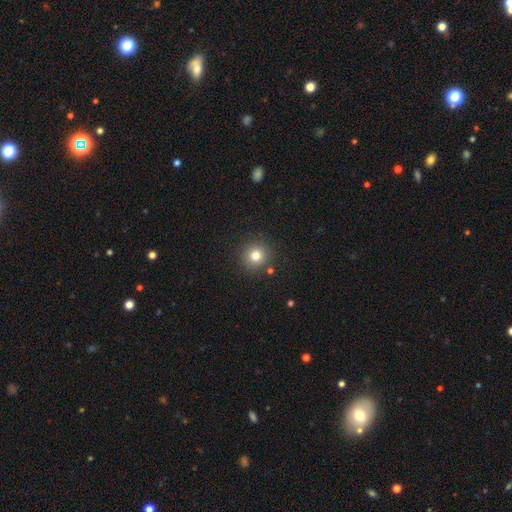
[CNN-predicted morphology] Overall: smooth (80%). How rounded: round (94%). Merging: none (88%).